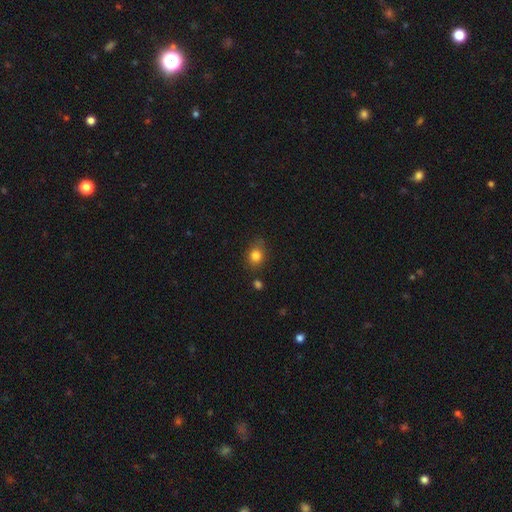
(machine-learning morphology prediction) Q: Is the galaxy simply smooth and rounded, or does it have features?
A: smooth — 82%.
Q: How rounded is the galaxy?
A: round — 57%.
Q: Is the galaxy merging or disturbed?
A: none — 73%.